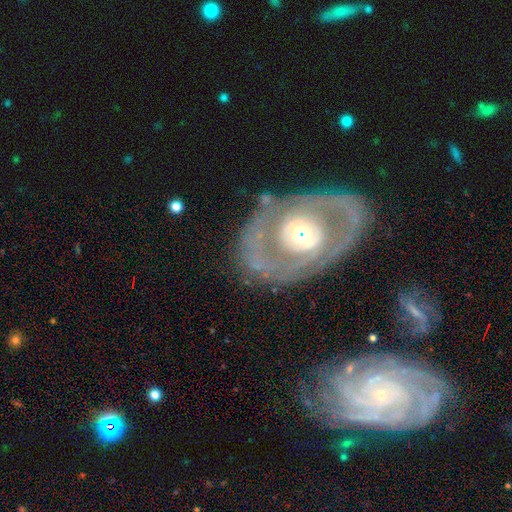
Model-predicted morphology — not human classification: Smooth or featured? Predicted: featured or disk (p=0.79). Edge-on disk? Predicted: no (p=0.94). Bar? Predicted: no (p=0.72). Spiral arms? Predicted: yes (p=0.59). Bulge size? Predicted: moderate (p=0.56). Merging? Predicted: none (p=0.75).